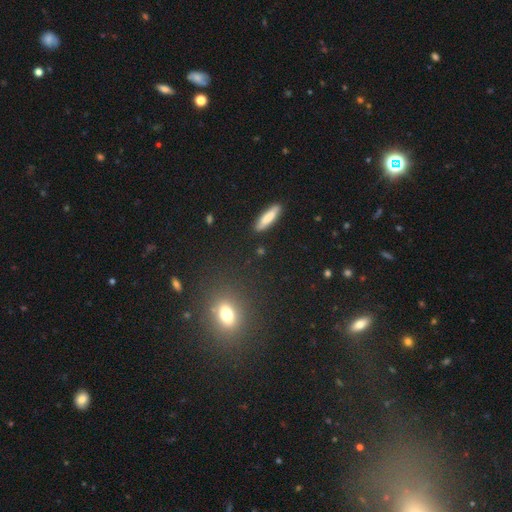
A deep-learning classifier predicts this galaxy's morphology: A smooth galaxy with no disk features (57%) that is round (55%). Merging: none (87%).